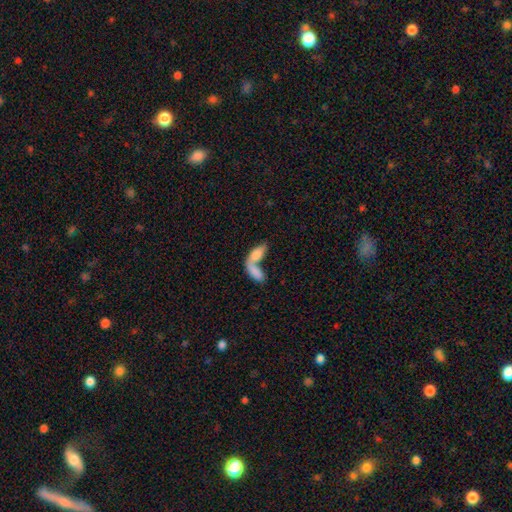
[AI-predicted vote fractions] smooth_or_featured: smooth (p=0.73) [alt: featured or disk p=0.20]
how_rounded: in between (p=0.76) [alt: cigar-shaped p=0.20]
merging: merger (p=0.72) [alt: none p=0.16]